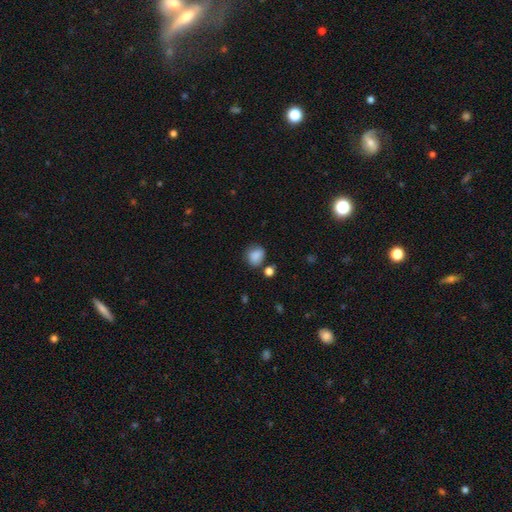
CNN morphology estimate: smooth_or_featured: smooth (p=0.84) [alt: star or artifact p=0.10]
how_rounded: round (p=0.59) [alt: in between p=0.40]
merging: none (p=0.62) [alt: minor disturbance p=0.23]